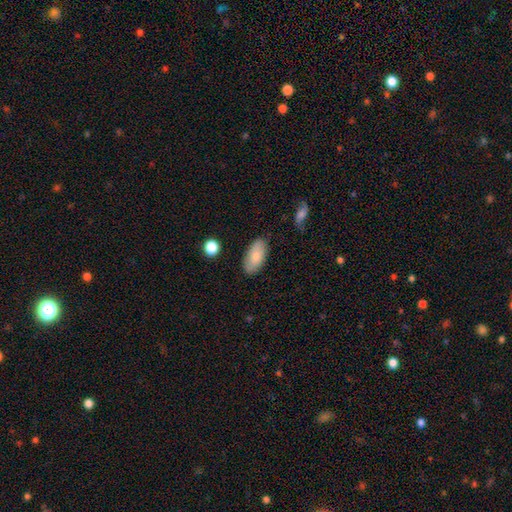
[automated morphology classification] This is clearly a smooth galaxy (80%). How rounded: clearly in between (93%). Merging: clearly none (83%).